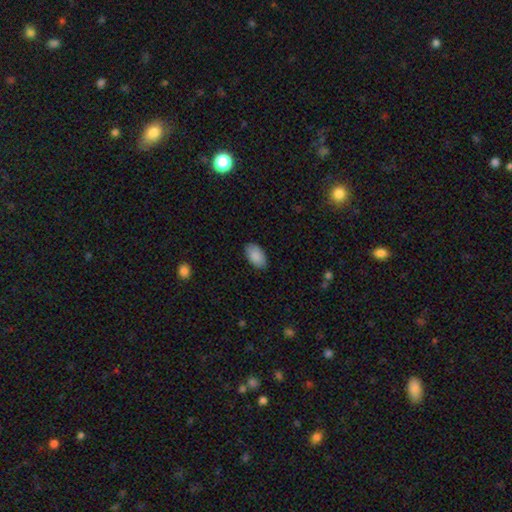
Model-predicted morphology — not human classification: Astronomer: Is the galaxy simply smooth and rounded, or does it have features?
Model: smooth — 90%.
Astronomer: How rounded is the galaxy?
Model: in between — 94%.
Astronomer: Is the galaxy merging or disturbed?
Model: none — 86%.